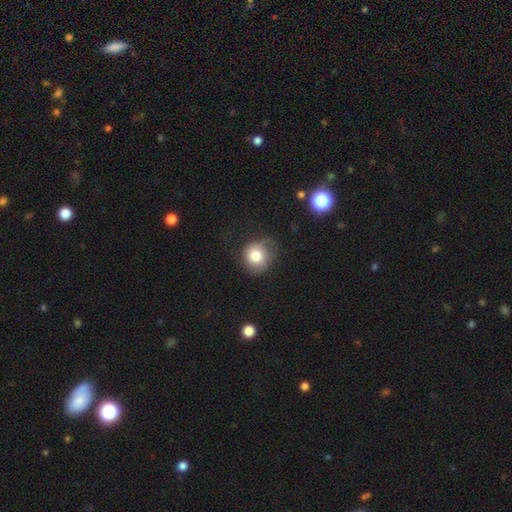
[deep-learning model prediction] Smooth or featured?
  - smooth: 76% *
  - featured or disk: 15%
  - star or artifact: 9%
How rounded?
  - round: 81% *
  - in between: 18%
  - cigar-shaped: 1%
Merging?
  - none: 50% *
  - minor disturbance: 30%
  - major disturbance: 18%
  - merger: 2%